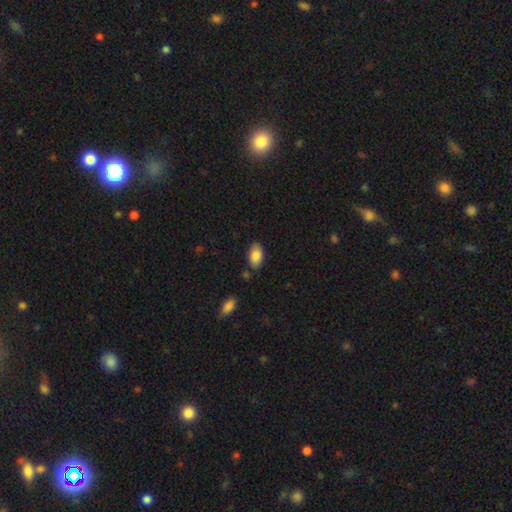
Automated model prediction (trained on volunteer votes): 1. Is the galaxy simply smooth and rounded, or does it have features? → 85% smooth, 8% featured or disk, 7% star or artifact.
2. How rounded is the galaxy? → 94% in between, 4% round, 2% cigar-shaped.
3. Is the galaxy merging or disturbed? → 81% none, 13% minor disturbance, 3% merger, 3% major disturbance.